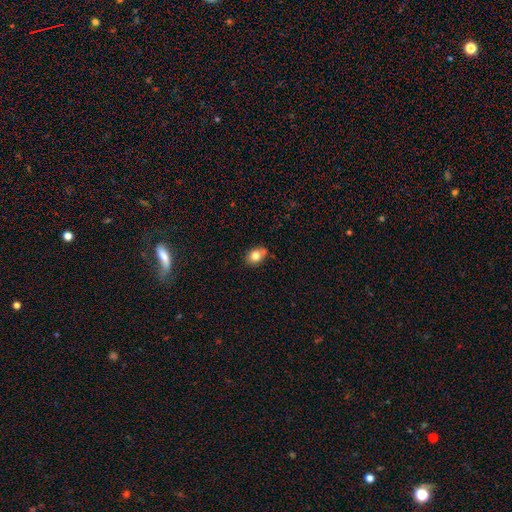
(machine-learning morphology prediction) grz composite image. It shows a smooth galaxy with no disk features (80%) that is in between round and cigar-shaped (63%). Merging: none (63%).